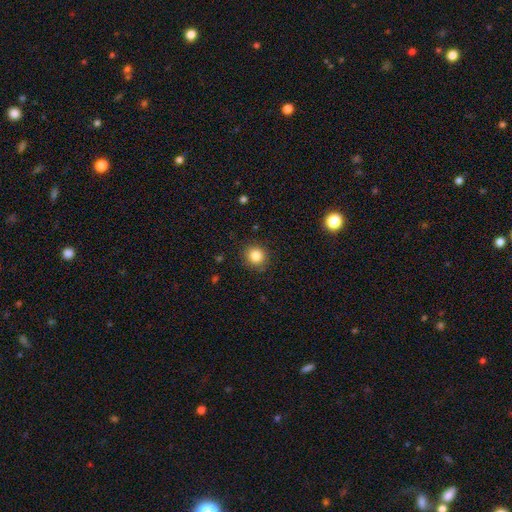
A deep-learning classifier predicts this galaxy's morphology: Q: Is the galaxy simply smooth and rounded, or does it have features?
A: smooth — 84%.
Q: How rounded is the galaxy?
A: round — 89%.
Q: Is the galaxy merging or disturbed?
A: none — 86%.